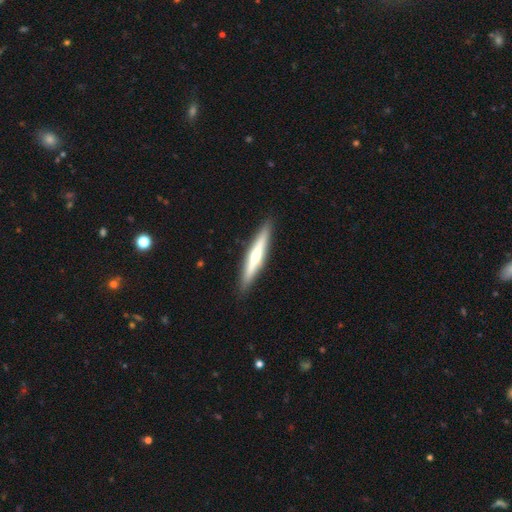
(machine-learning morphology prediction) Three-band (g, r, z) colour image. It shows a featured or disk galaxy (56%) viewed edge-on (95%) with a rounded central bulge (84%). Merging: none (90%).